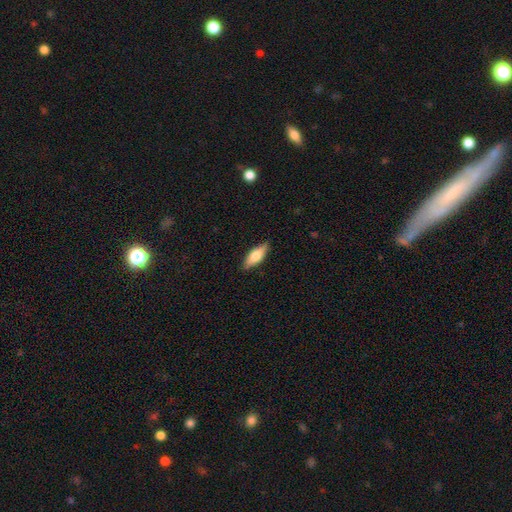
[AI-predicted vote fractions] A smooth galaxy with no disk features (67%) that is in between round and cigar-shaped (66%).

Vote fractions:
- Smooth or featured? smooth: 67% / featured or disk: 27% / star or artifact: 6%
- How rounded? in between: 66% / cigar-shaped: 31% / round: 2%
- Merging? none: 87% / minor disturbance: 10% / major disturbance: 2% / merger: 1%